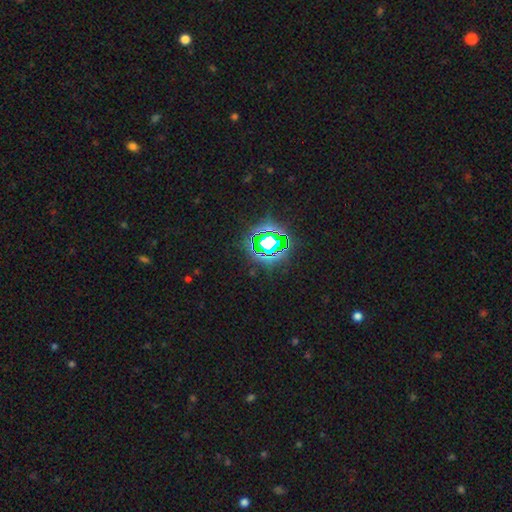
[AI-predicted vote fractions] Smooth or featured? star or artifact (82%)